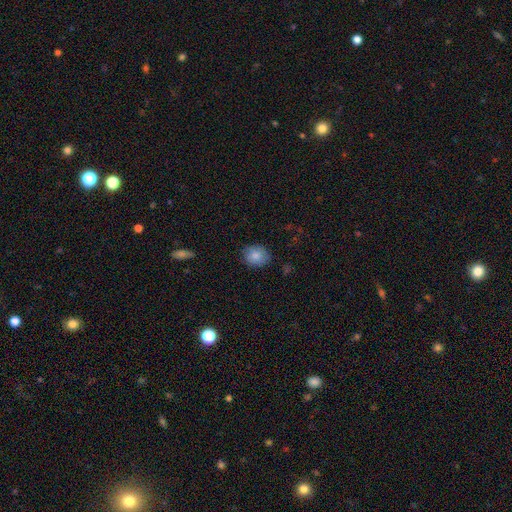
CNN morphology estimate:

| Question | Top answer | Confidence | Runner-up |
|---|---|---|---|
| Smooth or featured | smooth | 83% | featured or disk (9%) |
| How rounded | round | 62% | in between (37%) |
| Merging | none | 83% | minor disturbance (13%) |